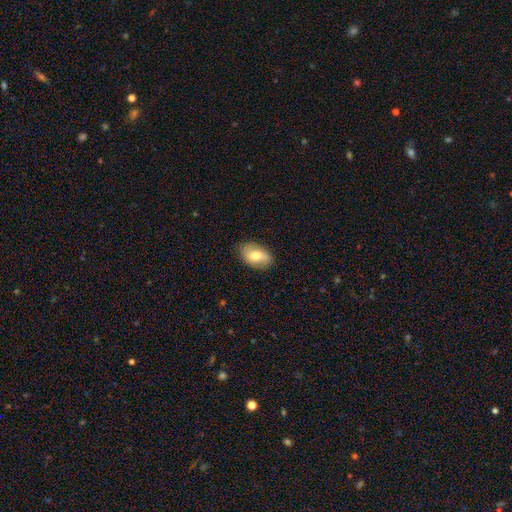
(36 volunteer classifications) This is likely a smooth galaxy (61%). How rounded: clearly in between (95%). Merging: clearly none (86%).